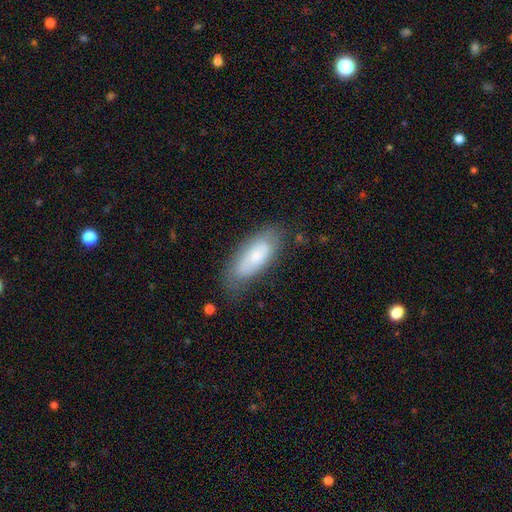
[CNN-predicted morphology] type=smooth (64%); roundness=in between (77%); merging=none (67%).